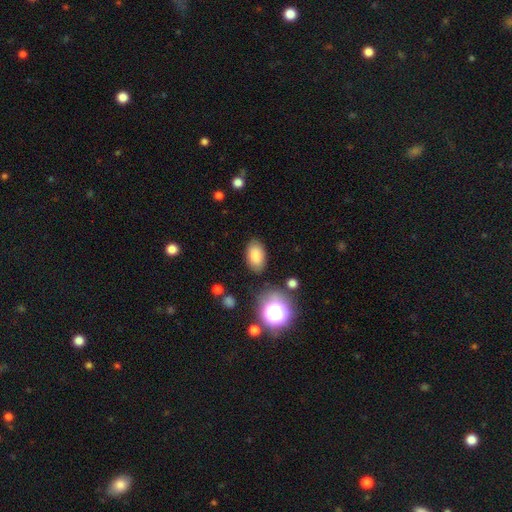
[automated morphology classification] A smooth galaxy with no disk features (81%) that is in between round and cigar-shaped (91%).

Vote fractions:
- Smooth or featured? smooth: 81% / star or artifact: 10% / featured or disk: 9%
- How rounded? in between: 91% / round: 7% / cigar-shaped: 2%
- Merging? none: 81% / minor disturbance: 12% / major disturbance: 4% / merger: 3%